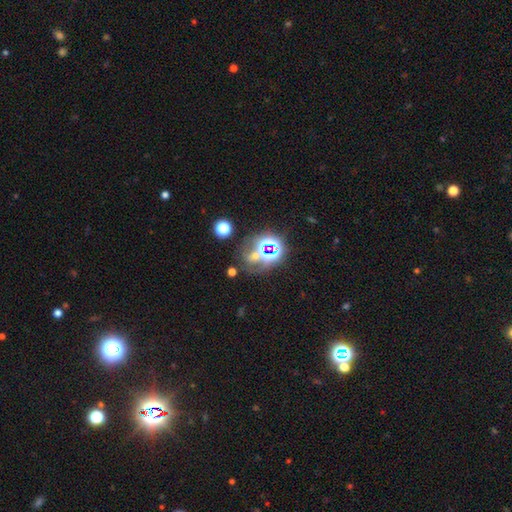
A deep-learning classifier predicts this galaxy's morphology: Smooth or featured? Predicted: star or artifact (p=0.57).